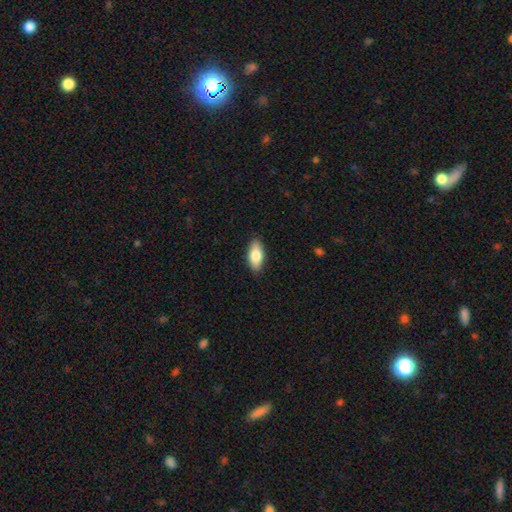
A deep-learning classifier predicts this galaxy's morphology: Smooth or featured?
  - smooth: 79% *
  - featured or disk: 15%
  - star or artifact: 6%
How rounded?
  - in between: 86% *
  - cigar-shaped: 11%
  - round: 3%
Merging?
  - none: 88% *
  - minor disturbance: 9%
  - major disturbance: 2%
  - merger: 1%